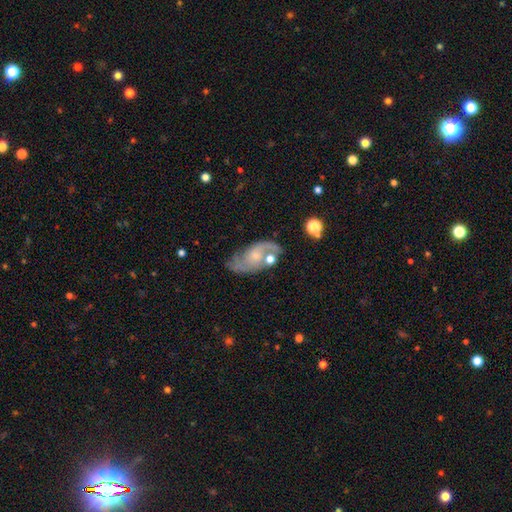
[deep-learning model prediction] The model was most divided on "spiral winding": medium: 47%, loose: 34%, tight: 19%. More confident: edge-on disk — no (96%); spiral arms — yes (93%); spiral arm count — 2 (83%); smooth or featured — featured or disk (79%); bar — no (65%); merging — none (61%); bulge size — small (53%).